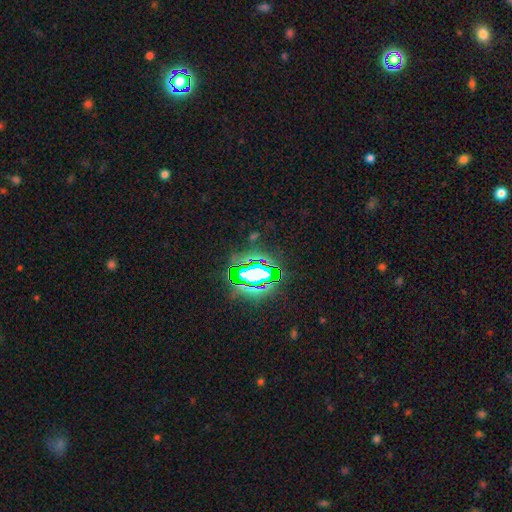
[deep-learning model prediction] This appears to be a star or artifact, not a galaxy (82%).